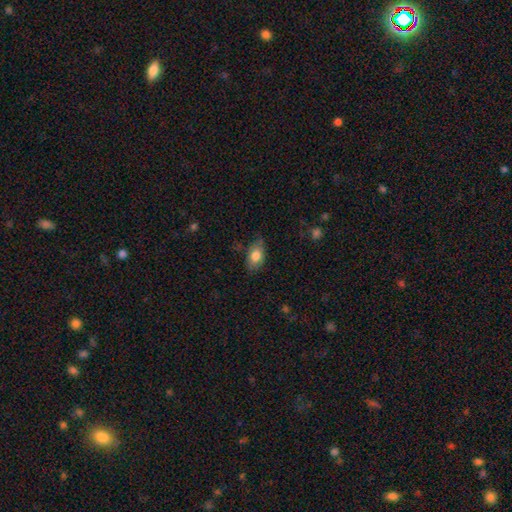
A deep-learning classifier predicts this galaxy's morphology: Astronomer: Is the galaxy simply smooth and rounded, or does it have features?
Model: smooth — 77%.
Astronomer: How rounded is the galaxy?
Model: in between — 91%.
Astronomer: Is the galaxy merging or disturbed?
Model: none — 72%.